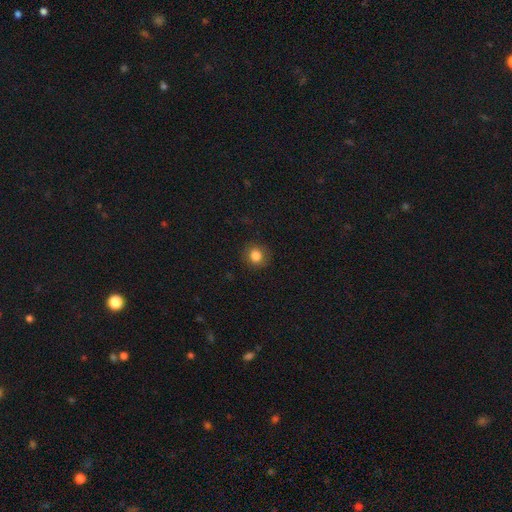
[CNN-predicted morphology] smooth-or-featured: smooth: 82% | star or artifact: 11% | featured or disk: 7%
  how-rounded: round: 87% | in between: 12% | cigar-shaped: 1%
  merging: none: 86% | minor disturbance: 10% | major disturbance: 3% | merger: 1%